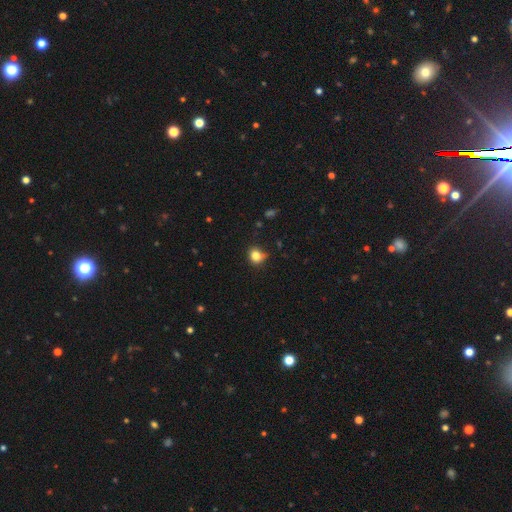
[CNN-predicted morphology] This appears to be a smooth galaxy with no disk features (80%) that is round (75%). Merging: none (63%).